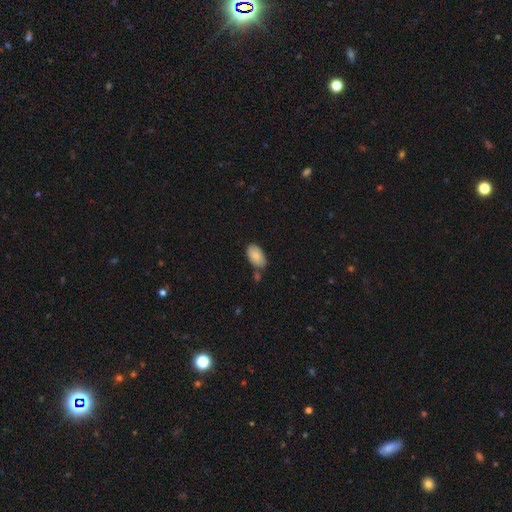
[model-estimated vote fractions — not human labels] Smooth or featured? Predicted: smooth (p=0.85). How rounded? Predicted: in between (p=0.94). Merging? Predicted: none (p=0.69).